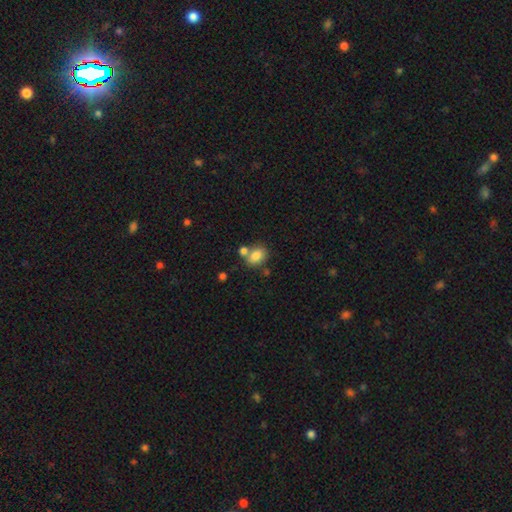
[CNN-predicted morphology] This appears to be a smooth galaxy with no disk features (82%) that is in between round and cigar-shaped (70%). Merging: none (56%).